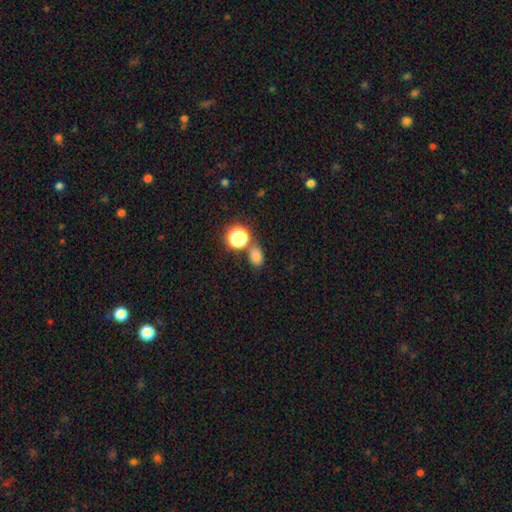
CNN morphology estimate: This is likely a smooth galaxy (75%). How rounded: likely in between (63%). Merging: likely none (70%).